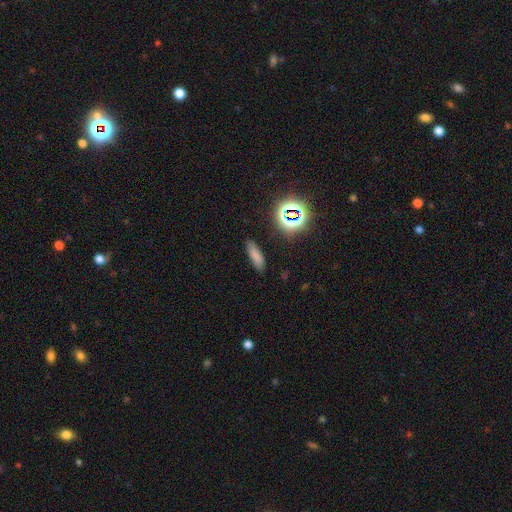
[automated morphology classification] This appears to be a smooth galaxy with no disk features (74%) that is cigar-shaped (50%). Merging: none (84%).